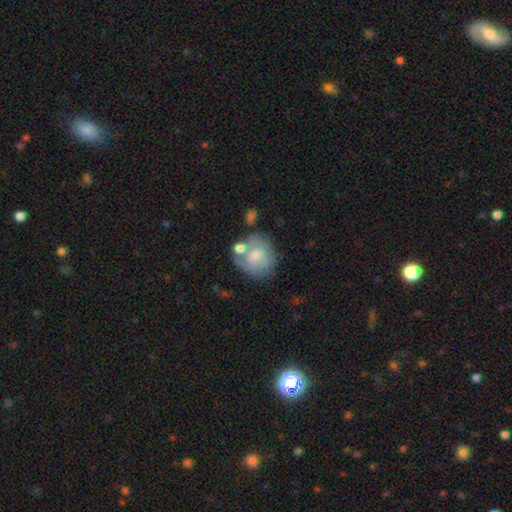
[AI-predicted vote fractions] smooth_or_featured: featured or disk (p=0.52) [alt: smooth p=0.41]
disk_edge_on: no (p=0.97) [alt: yes p=0.03]
bar: no (p=0.66) [alt: weak p=0.29]
has_spiral_arms: yes (p=0.64) [alt: no p=0.36]
bulge_size: small (p=0.42) [alt: moderate p=0.40]
merging: none (p=0.45) [alt: merger p=0.22]